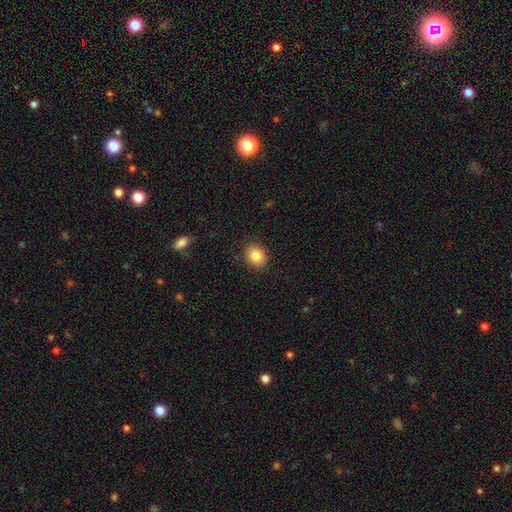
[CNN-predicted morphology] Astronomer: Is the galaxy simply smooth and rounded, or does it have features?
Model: smooth — 84%.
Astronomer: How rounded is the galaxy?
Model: round — 59% (runner-up: in between, 40%).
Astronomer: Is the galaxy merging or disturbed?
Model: none — 89%.